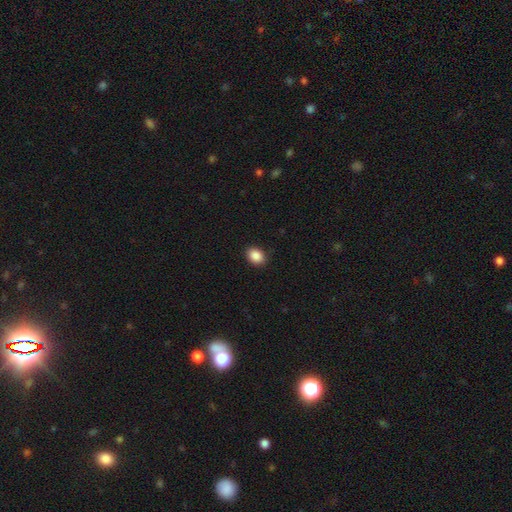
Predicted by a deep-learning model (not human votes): This is clearly a smooth galaxy (89%). How rounded: likely in between (63%). Merging: clearly none (89%).